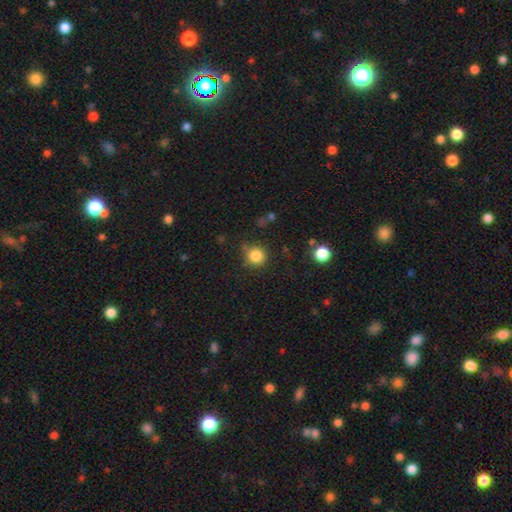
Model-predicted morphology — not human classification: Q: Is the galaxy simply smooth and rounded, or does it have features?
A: smooth — 84%.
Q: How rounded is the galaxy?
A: round — 92%.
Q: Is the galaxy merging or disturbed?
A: none — 78%.